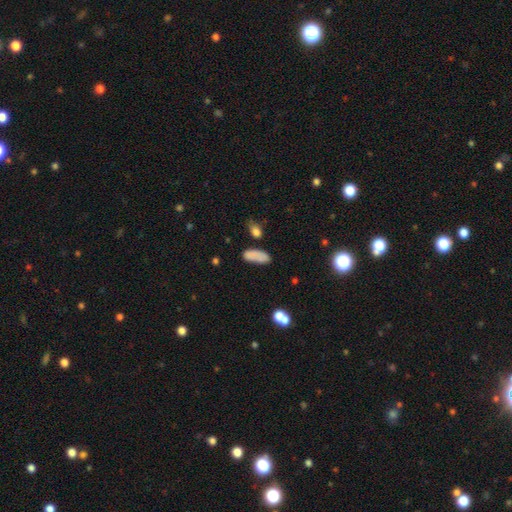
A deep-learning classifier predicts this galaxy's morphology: The model was most divided on "merging": none: 57%, minor disturbance: 26%, major disturbance: 9%, merger: 8%. More confident: smooth or featured — smooth (81%); how rounded — in between (77%).